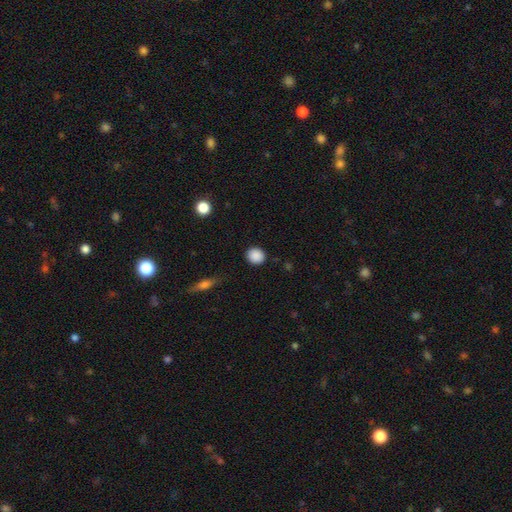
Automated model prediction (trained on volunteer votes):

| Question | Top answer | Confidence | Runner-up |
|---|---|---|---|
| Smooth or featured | smooth | 89% | star or artifact (8%) |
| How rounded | round | 83% | in between (16%) |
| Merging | none | 89% | minor disturbance (7%) |